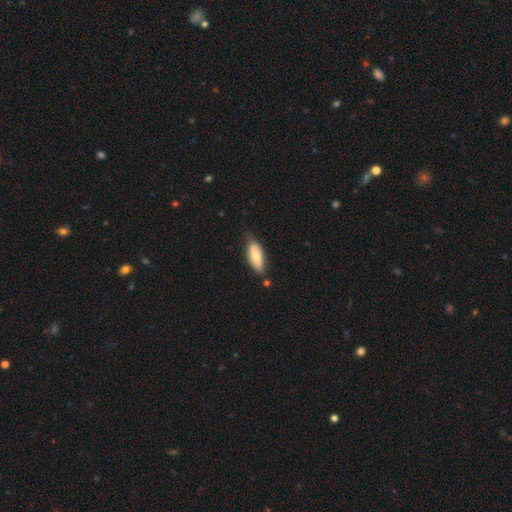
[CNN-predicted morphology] A smooth galaxy with no disk features (70%) that is in between round and cigar-shaped (80%). Merging: none (71%).